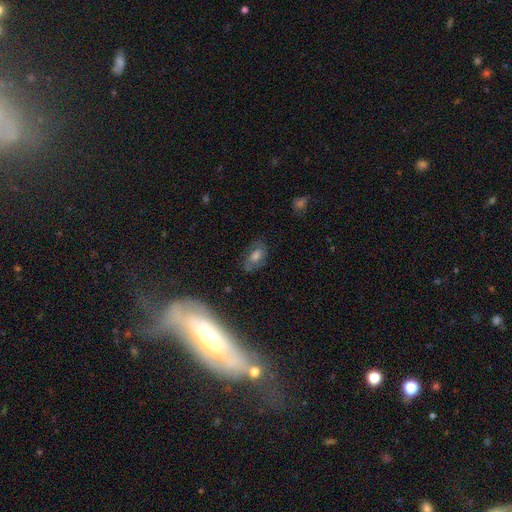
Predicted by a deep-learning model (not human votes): This appears to be a smooth galaxy with no disk features (42%). Merging: none (70%).